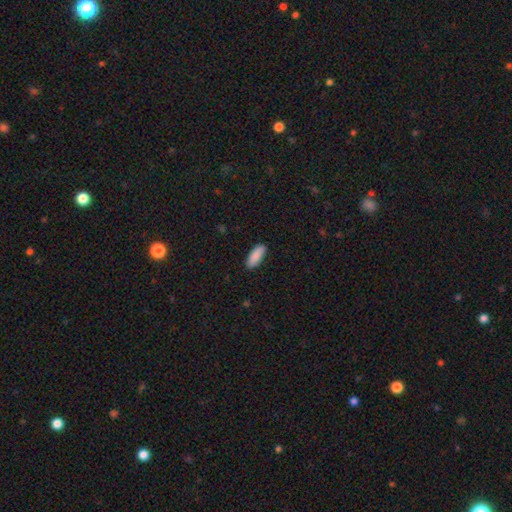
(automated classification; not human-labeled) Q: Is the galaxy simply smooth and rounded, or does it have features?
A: smooth — 90%.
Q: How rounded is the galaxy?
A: in between — 76%.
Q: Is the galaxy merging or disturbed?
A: none — 88%.